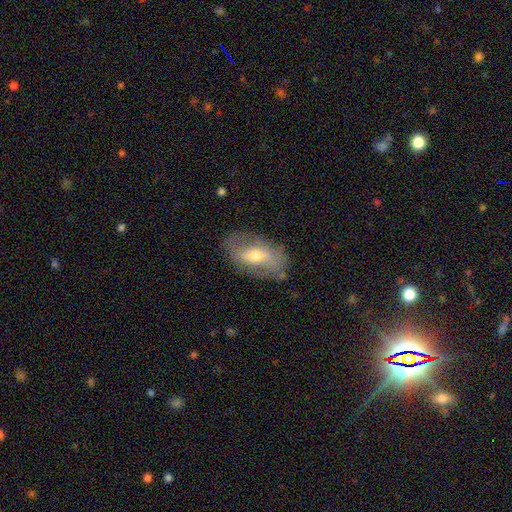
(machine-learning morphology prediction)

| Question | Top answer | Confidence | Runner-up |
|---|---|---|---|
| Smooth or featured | featured or disk | 56% | smooth (37%) |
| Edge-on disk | no | 86% | yes (14%) |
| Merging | none | 74% | minor disturbance (17%) |